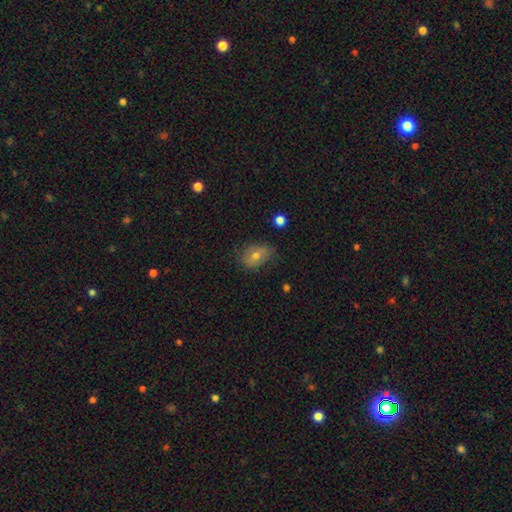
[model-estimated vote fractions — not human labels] Smooth or featured? Predicted: smooth (p=0.57). How rounded? Predicted: in between (p=0.72). Merging? Predicted: none (p=0.70).